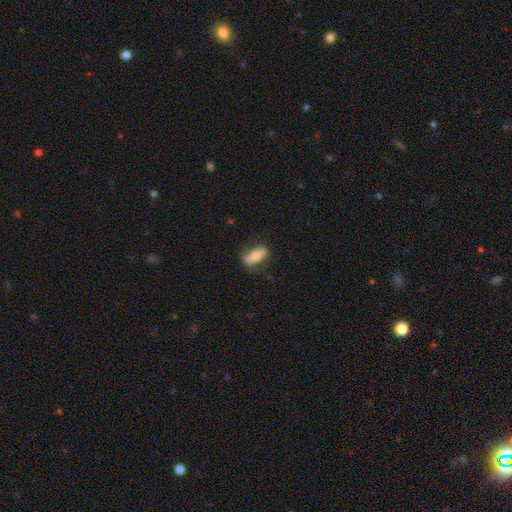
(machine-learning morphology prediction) smooth 59%, featured or disk 35%, star or artifact 7%. Down the decision tree: how rounded — in between (72%); merging — none (70%).